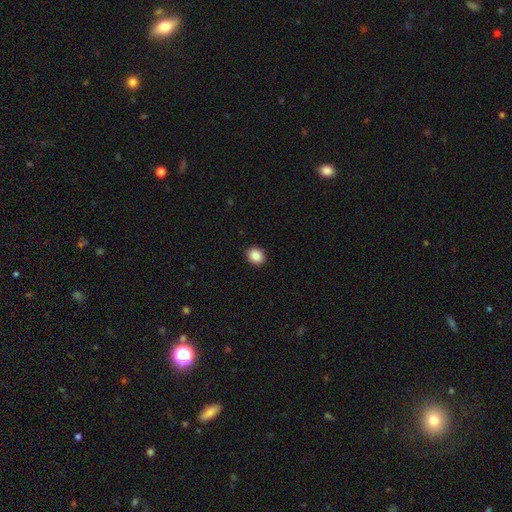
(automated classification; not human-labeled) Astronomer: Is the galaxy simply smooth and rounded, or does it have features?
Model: smooth — 88%.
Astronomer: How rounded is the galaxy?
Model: round — 69%.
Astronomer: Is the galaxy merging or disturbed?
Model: none — 92%.